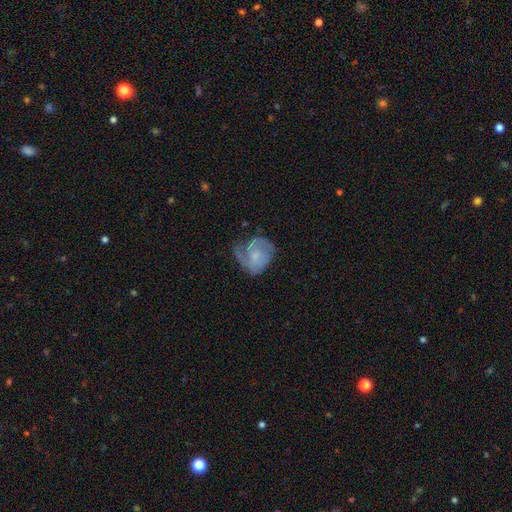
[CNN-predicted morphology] smooth_or_featured: featured or disk (p=0.69) [alt: smooth p=0.24]
disk_edge_on: no (p=0.98) [alt: yes p=0.02]
bar: no (p=0.65) [alt: weak p=0.31]
has_spiral_arms: yes (p=0.88) [alt: no p=0.12]
spiral_winding: medium (p=0.42) [alt: tight p=0.40]
spiral_arm_count: 2 (p=0.40) [alt: can't tell p=0.23]
bulge_size: small (p=0.50) [alt: moderate p=0.30]
merging: none (p=0.52) [alt: minor disturbance p=0.27]